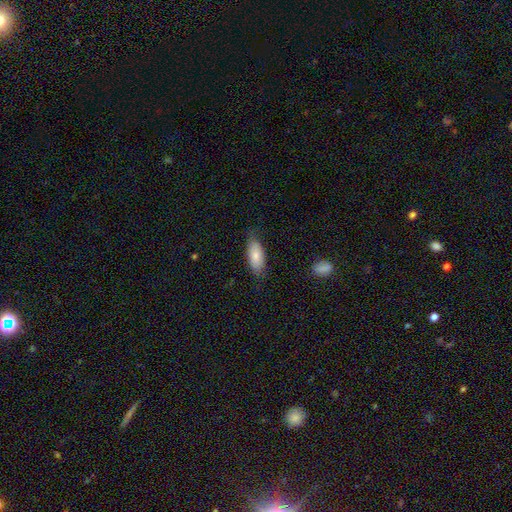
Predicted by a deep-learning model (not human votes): smooth 79%, featured or disk 14%, star or artifact 6%. Down the decision tree: how rounded — in between (86%); merging — none (73%).